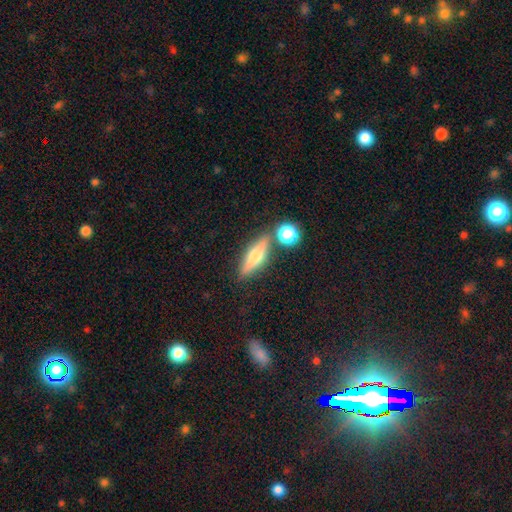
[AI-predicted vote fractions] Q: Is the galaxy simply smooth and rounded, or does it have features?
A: featured or disk — 51%.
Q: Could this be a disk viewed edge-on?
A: yes — 91%.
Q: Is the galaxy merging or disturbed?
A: none — 76%.